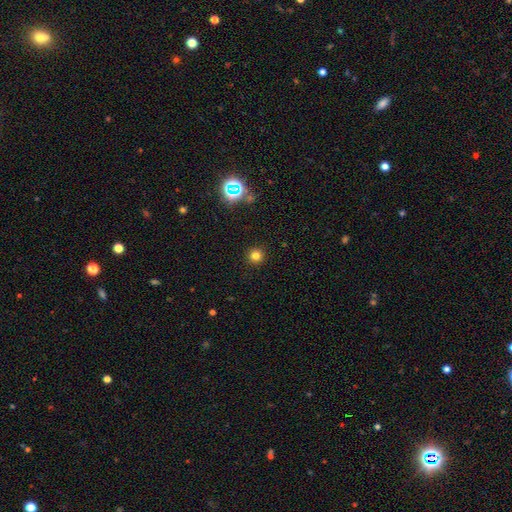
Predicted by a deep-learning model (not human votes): Smooth or featured? Predicted: smooth (p=0.77). How rounded? Predicted: round (p=0.95). Merging? Predicted: none (p=0.92).